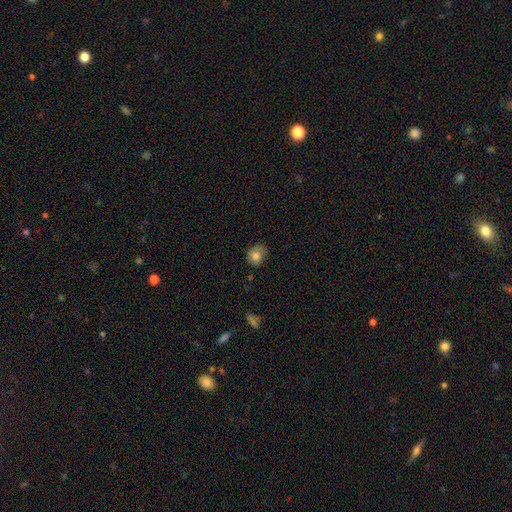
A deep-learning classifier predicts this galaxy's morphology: Smooth or featured? Predicted: smooth (p=0.81). How rounded? Predicted: round (p=0.67). Merging? Predicted: none (p=0.64).